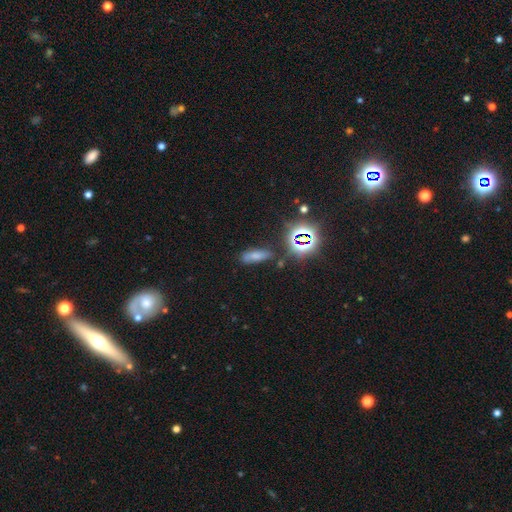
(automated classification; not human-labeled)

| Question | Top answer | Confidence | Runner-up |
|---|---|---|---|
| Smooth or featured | smooth | 62% | star or artifact (25%) |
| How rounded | in between | 54% | cigar-shaped (39%) |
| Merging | none | 72% | minor disturbance (17%) |